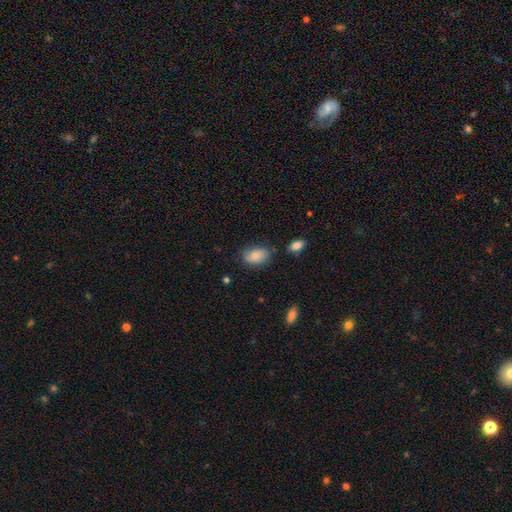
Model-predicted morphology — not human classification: The model was most divided on "merging": none: 67%, minor disturbance: 25%, major disturbance: 5%, merger: 3%. More confident: how rounded — in between (89%); smooth or featured — smooth (82%).